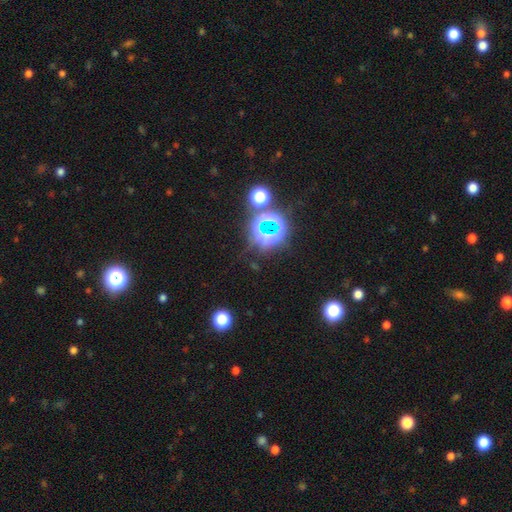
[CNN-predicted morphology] smooth_or_featured: star or artifact (p=0.71) [alt: smooth p=0.19]